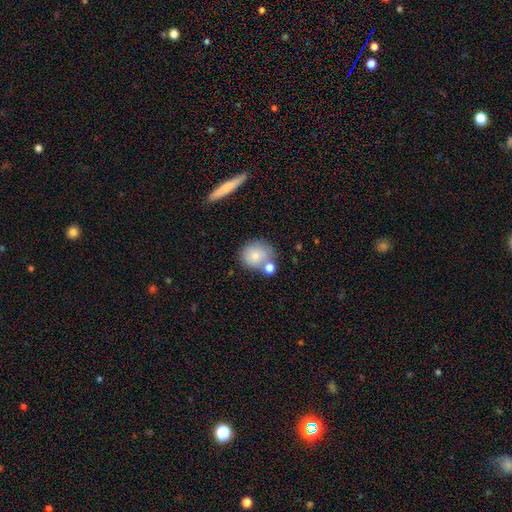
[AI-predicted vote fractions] smooth 79%, featured or disk 13%, star or artifact 8%. Down the decision tree: how rounded — round (79%); merging — none (56%).